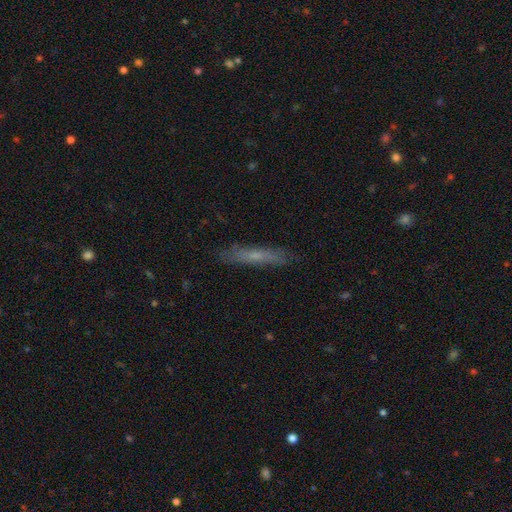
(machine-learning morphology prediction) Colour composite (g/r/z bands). It shows a smooth galaxy with no disk features (52%) that is cigar-shaped (92%). Merging: none (85%).